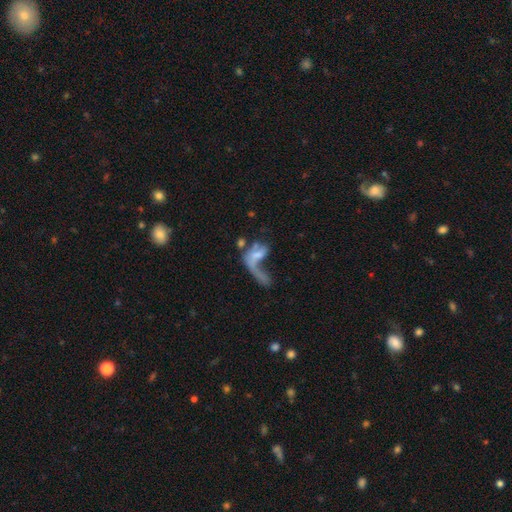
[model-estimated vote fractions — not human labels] Smooth or featured? featured or disk (48%)
Merging? major disturbance (48%)